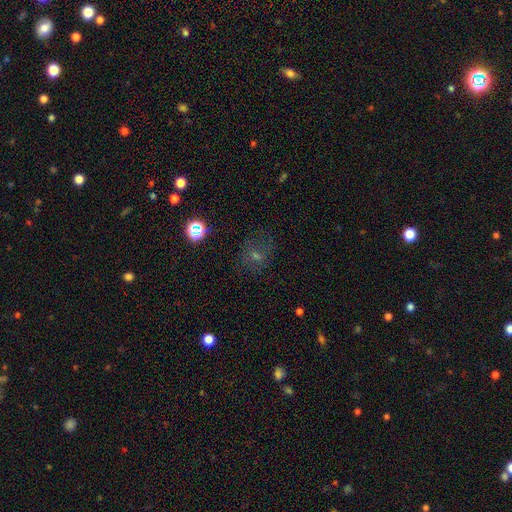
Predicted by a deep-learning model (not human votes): A smooth galaxy with no disk features (41%).

Vote fractions:
- Smooth or featured? smooth: 41% / star or artifact: 33% / featured or disk: 26%
- Merging? none: 69% / minor disturbance: 17% / major disturbance: 12% / merger: 2%